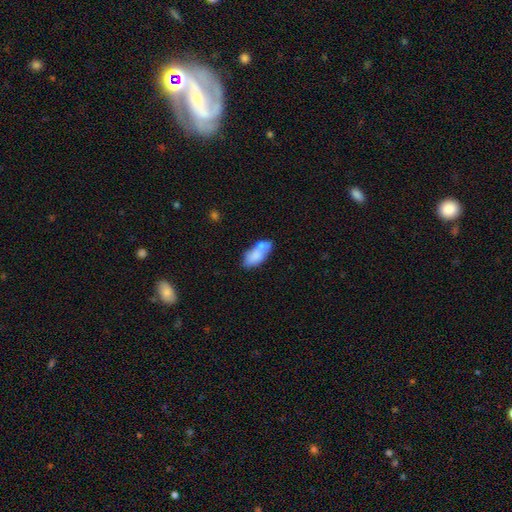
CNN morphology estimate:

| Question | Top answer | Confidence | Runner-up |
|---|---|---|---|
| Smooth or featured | smooth | 73% | featured or disk (19%) |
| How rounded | in between | 86% | cigar-shaped (9%) |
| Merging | merger | 43% | none (35%) |